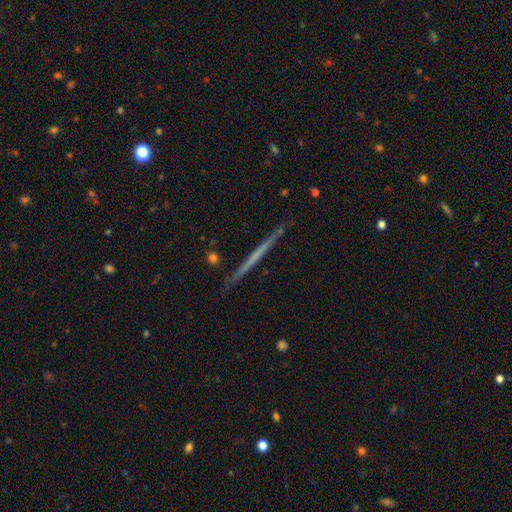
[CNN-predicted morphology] This is likely a featured or disk galaxy (61%). It is clearly viewed edge-on (98%). Edge-on bulge: clearly none (91%). Merging: clearly none (90%).